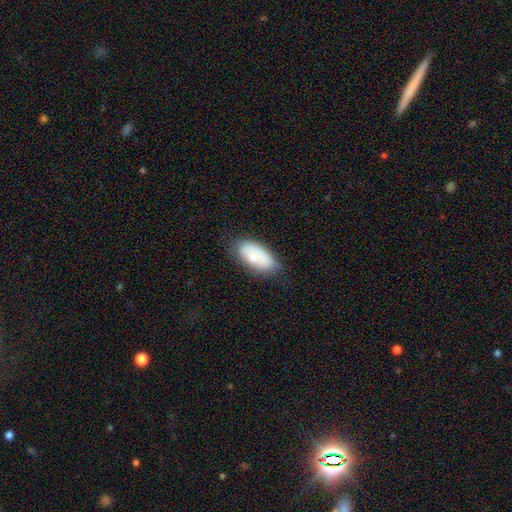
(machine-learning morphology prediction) A smooth galaxy with no disk features (69%) that is in between round and cigar-shaped (93%). Merging: none (66%).